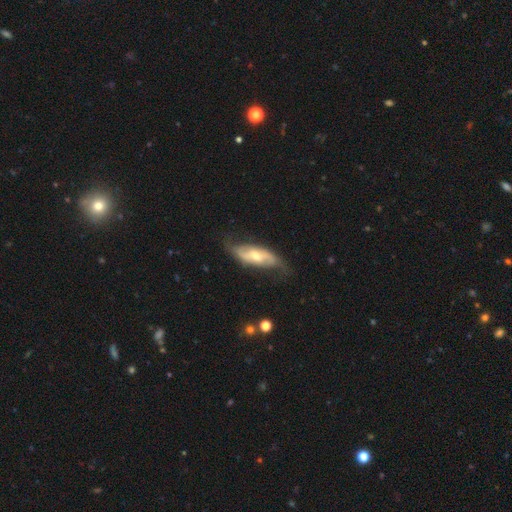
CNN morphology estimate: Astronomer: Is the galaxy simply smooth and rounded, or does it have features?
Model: featured or disk — 70%.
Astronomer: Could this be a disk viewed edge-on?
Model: no — 86%.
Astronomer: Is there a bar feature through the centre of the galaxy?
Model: no — 39% (runner-up: weak, 38%).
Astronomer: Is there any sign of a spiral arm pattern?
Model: yes — 83%.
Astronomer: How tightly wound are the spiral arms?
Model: loose — 52% (runner-up: medium, 32%).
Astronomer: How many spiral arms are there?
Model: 2 — 82%.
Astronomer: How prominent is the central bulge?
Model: moderate — 61%.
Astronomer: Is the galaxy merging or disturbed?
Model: none — 64%.